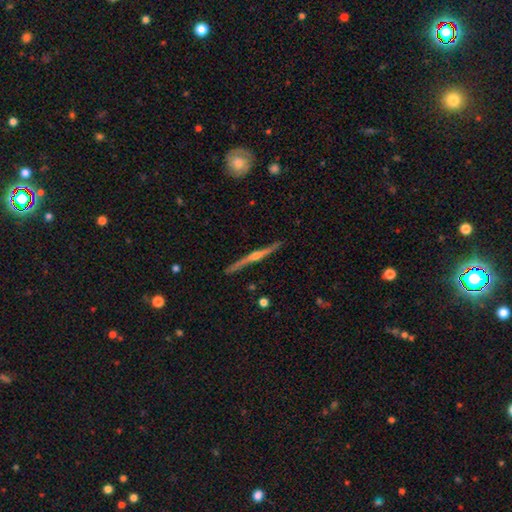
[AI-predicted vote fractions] Q: Smooth or featured?
A: featured or disk (83%); runner-up: smooth (12%)
Q: Edge-on disk?
A: yes (98%); runner-up: no (2%)
Q: Edge-on bulge?
A: rounded (85%); runner-up: none (8%)
Q: Merging?
A: none (88%); runner-up: minor disturbance (9%)